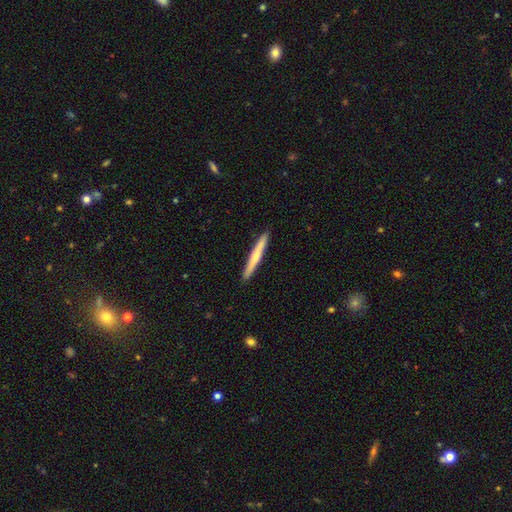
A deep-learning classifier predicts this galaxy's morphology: Overall: smooth (55%; featured or disk 40%). How rounded: cigar-shaped (97%). Merging: none (93%).